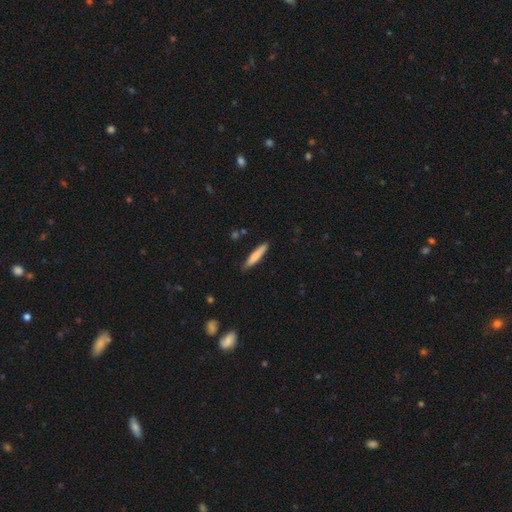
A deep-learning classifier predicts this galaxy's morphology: This is likely a smooth galaxy (78%). How rounded: clearly cigar-shaped (89%). Merging: clearly none (84%).